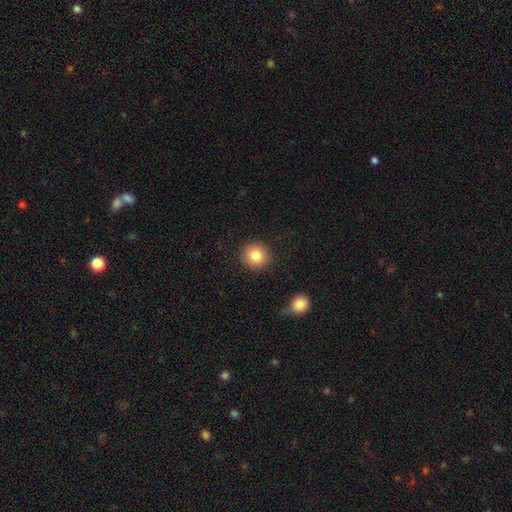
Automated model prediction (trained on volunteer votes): Smooth or featured? Predicted: smooth (p=0.84). How rounded? Predicted: round (p=0.93). Merging? Predicted: none (p=0.88).